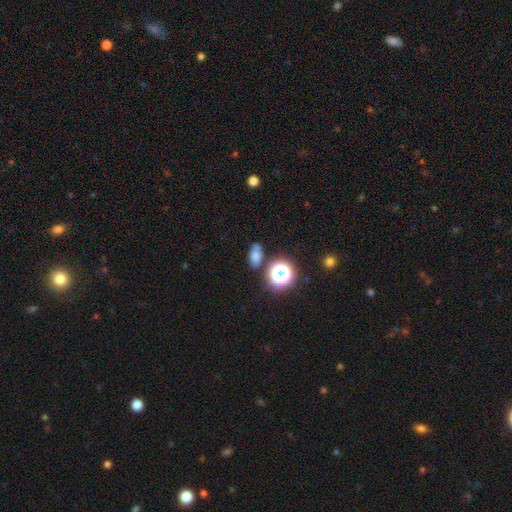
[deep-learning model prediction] smooth 70%, star or artifact 19%, featured or disk 11%. Down the decision tree: how rounded — in between (77%); merging — none (70%).